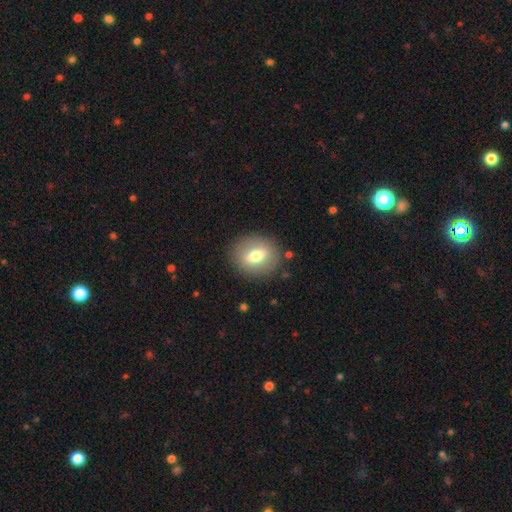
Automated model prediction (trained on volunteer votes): Q: Smooth or featured?
A: smooth (68%); runner-up: featured or disk (24%)
Q: How rounded?
A: round (57%); runner-up: in between (42%)
Q: Merging?
A: none (86%); runner-up: minor disturbance (9%)